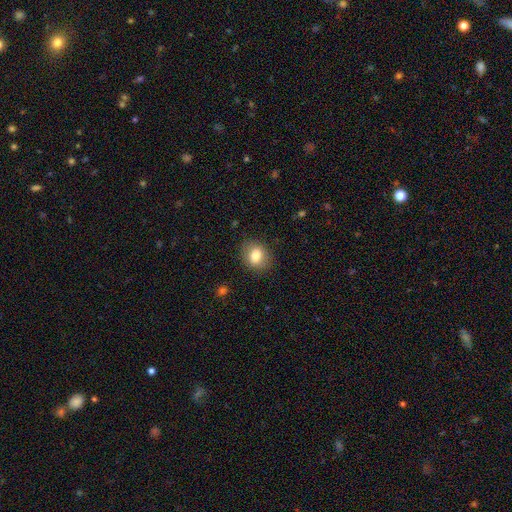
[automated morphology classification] smooth-or-featured: smooth: 81% | featured or disk: 10% | star or artifact: 9%
  how-rounded: round: 61% | in between: 38% | cigar-shaped: 1%
  merging: none: 86% | minor disturbance: 10% | major disturbance: 3% | merger: 1%